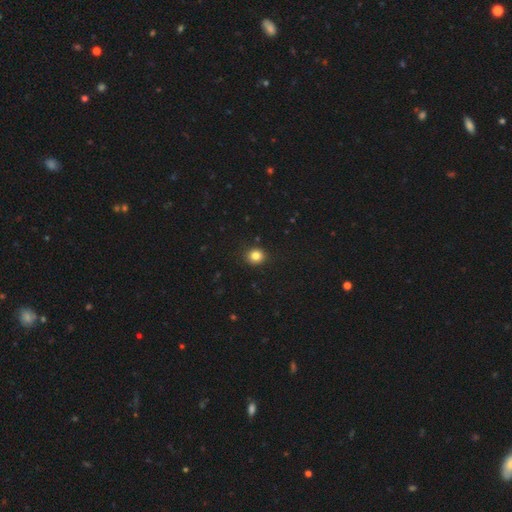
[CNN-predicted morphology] Overall: smooth (83%). How rounded: round (85%). Merging: none (91%).